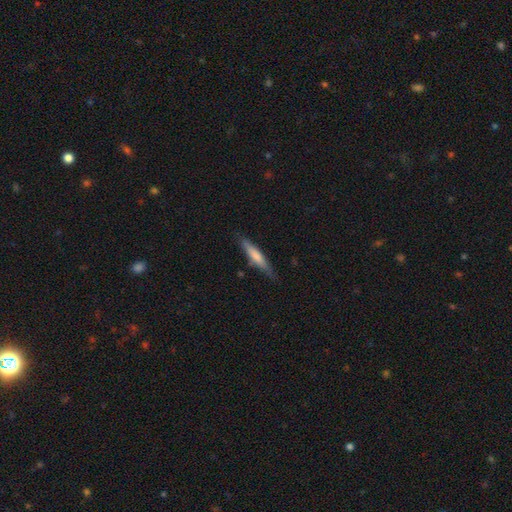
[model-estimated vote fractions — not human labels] A smooth galaxy with no disk features (66%) that is cigar-shaped (89%).

Vote fractions:
- Smooth or featured? smooth: 66% / featured or disk: 28% / star or artifact: 5%
- How rounded? cigar-shaped: 89% / in between: 10% / round: 1%
- Merging? none: 78% / minor disturbance: 17% / major disturbance: 3% / merger: 2%